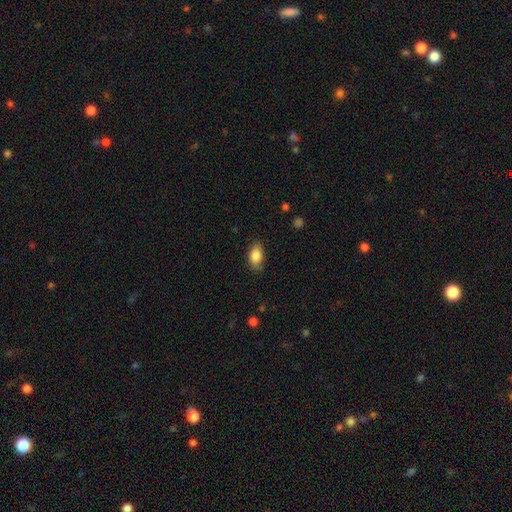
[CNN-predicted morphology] Q: Smooth or featured?
A: smooth (85%); runner-up: featured or disk (8%)
Q: How rounded?
A: in between (89%); runner-up: round (7%)
Q: Merging?
A: none (80%); runner-up: minor disturbance (16%)